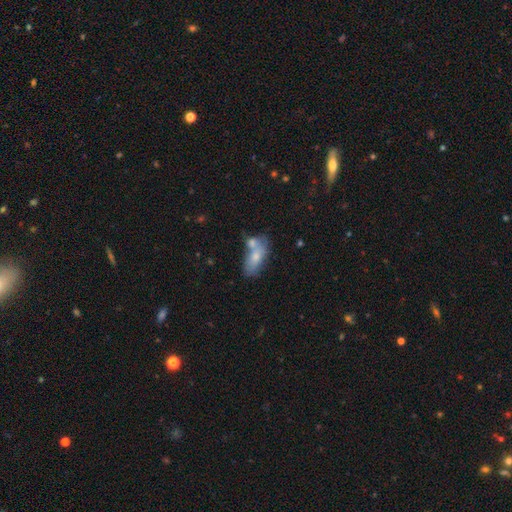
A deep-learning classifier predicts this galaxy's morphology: smooth-or-featured: smooth: 69% | featured or disk: 24% | star or artifact: 7%
  how-rounded: in between: 84% | cigar-shaped: 11% | round: 5%
  merging: merger: 47% | none: 31% | minor disturbance: 15% | major disturbance: 7%